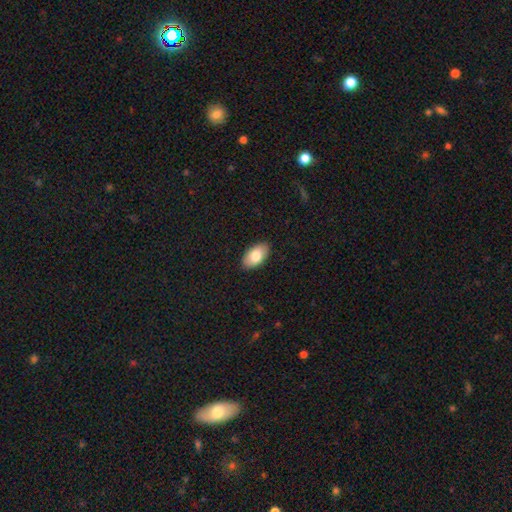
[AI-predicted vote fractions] Smooth or featured: smooth — 80% (featured or disk — 14%)
How rounded: in between — 95% (round — 4%)
Merging: none — 89% (minor disturbance — 8%)